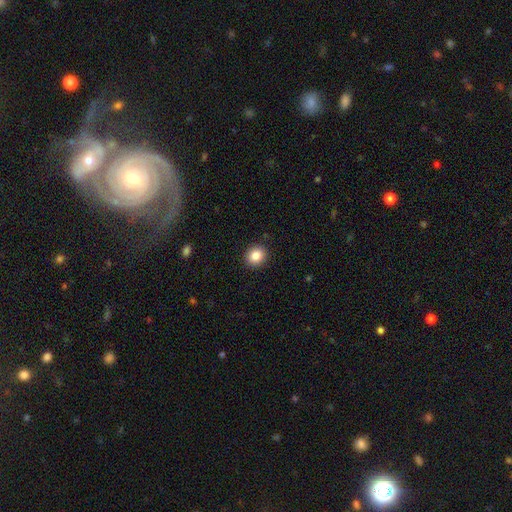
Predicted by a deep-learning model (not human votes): smooth 86%, star or artifact 9%, featured or disk 5%. Down the decision tree: how rounded — round (76%); merging — none (91%).